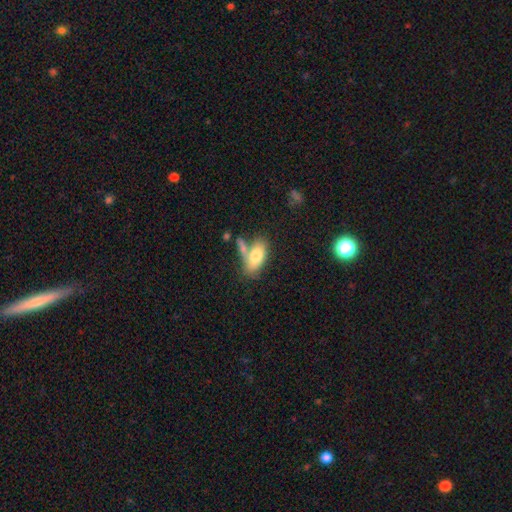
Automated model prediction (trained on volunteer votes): Morphology: type=smooth (74%); roundness=in between (88%); merging=none (46%).